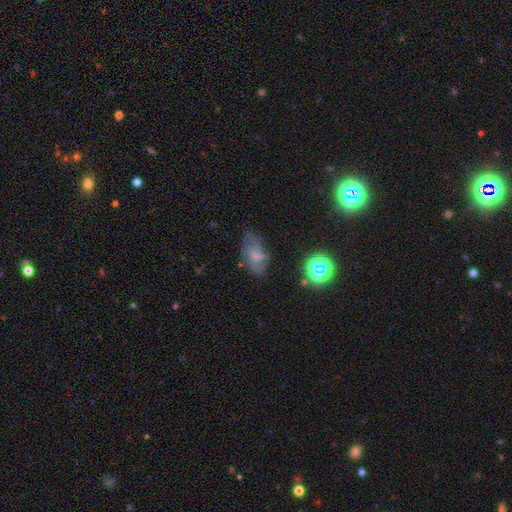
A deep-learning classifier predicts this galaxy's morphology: This is possibly a featured or disk galaxy (54%). It is clearly not viewed edge-on (95%). Bar: possibly no (52%). Spiral arm pattern: likely yes (77%). Central bulge: marginally small (42%). Merging: possibly none (58%).